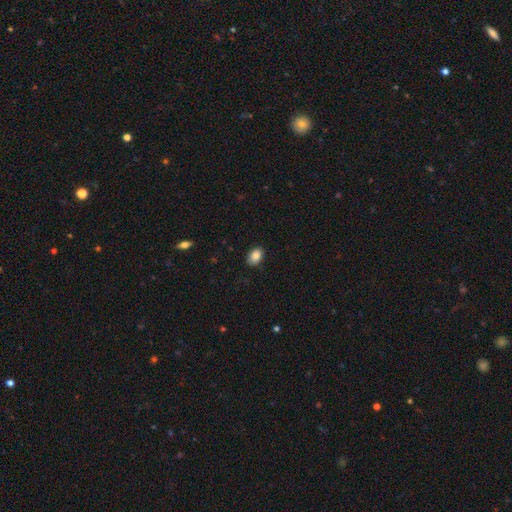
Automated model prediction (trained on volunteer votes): Overall: smooth (86%). How rounded: in between (84%). Merging: none (87%).